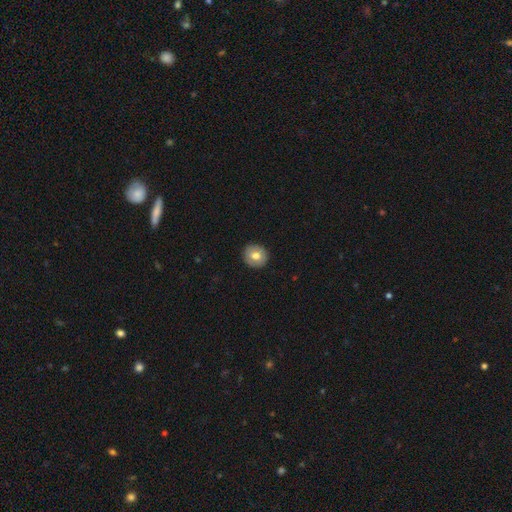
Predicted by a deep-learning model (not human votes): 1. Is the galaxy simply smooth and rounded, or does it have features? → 72% smooth, 20% featured or disk, 7% star or artifact.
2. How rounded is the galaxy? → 88% round, 11% in between, 1% cigar-shaped.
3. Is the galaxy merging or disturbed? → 91% none, 7% minor disturbance, 2% major disturbance, 1% merger.